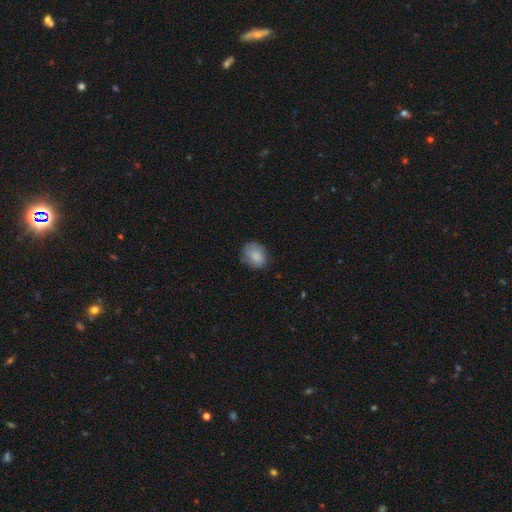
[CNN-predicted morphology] The model was most divided on "how rounded": round: 55%, in between: 44%, cigar-shaped: 1%. More confident: smooth or featured — smooth (83%); merging — none (73%).